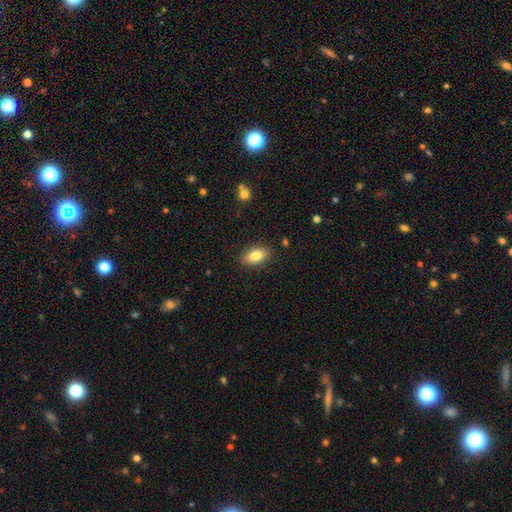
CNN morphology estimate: smooth 82%, featured or disk 11%, star or artifact 8%. Down the decision tree: how rounded — in between (90%); merging — none (87%).